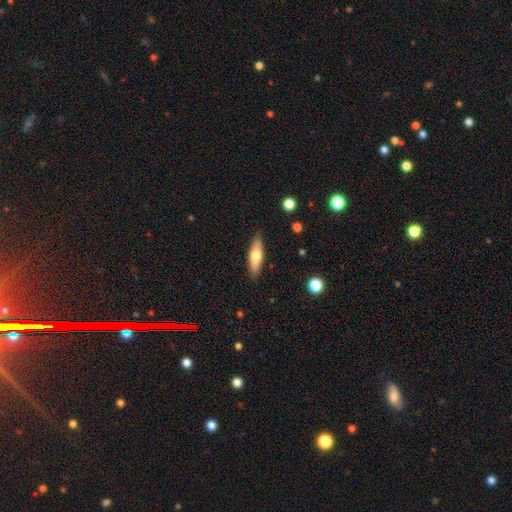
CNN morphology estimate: Smooth or featured? Predicted: smooth (p=0.64). How rounded? Predicted: cigar-shaped (p=0.53). Merging? Predicted: none (p=0.86).